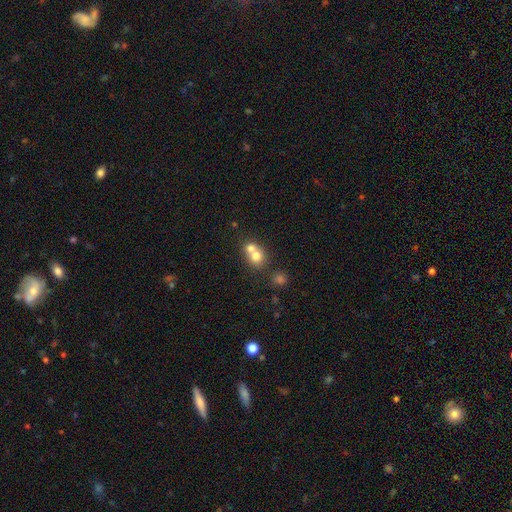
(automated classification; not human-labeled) Overall: smooth (72%). How rounded: round (74%). Merging: merger (64%; none 29%).